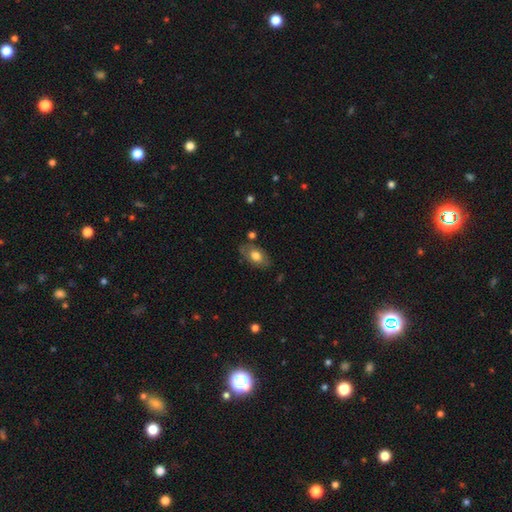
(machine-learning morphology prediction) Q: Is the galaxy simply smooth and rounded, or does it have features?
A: smooth — 70%.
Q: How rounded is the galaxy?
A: in between — 89%.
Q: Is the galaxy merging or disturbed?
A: none — 74%.